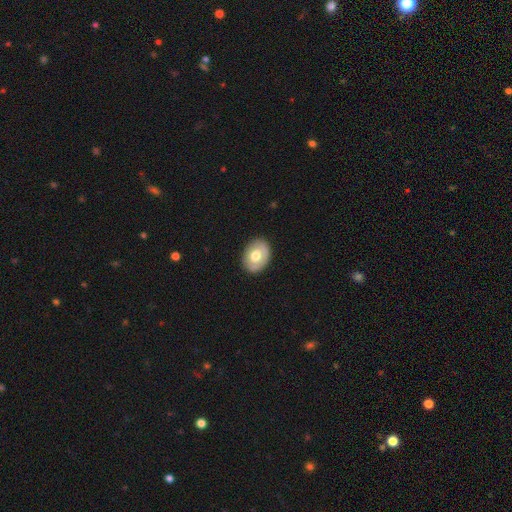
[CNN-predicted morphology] A smooth galaxy with no disk features (57%) that is in between round and cigar-shaped (68%).

Vote fractions:
- Smooth or featured? smooth: 57% / featured or disk: 37% / star or artifact: 6%
- How rounded? in between: 68% / round: 31% / cigar-shaped: 1%
- Merging? none: 84% / minor disturbance: 12% / major disturbance: 3% / merger: 1%